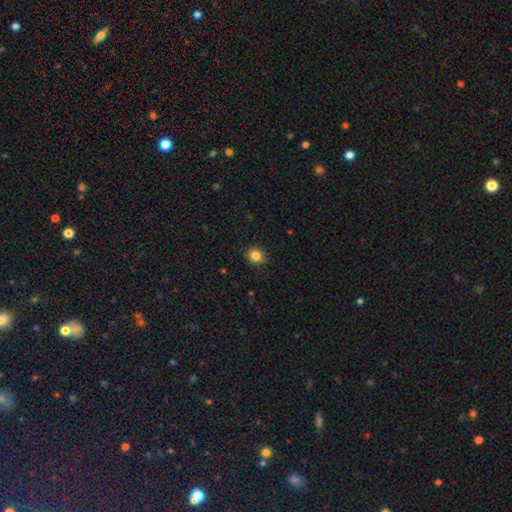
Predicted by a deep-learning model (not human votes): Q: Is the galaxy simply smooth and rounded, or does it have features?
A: smooth — 85%.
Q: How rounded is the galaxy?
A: round — 75%.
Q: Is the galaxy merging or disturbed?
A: none — 90%.